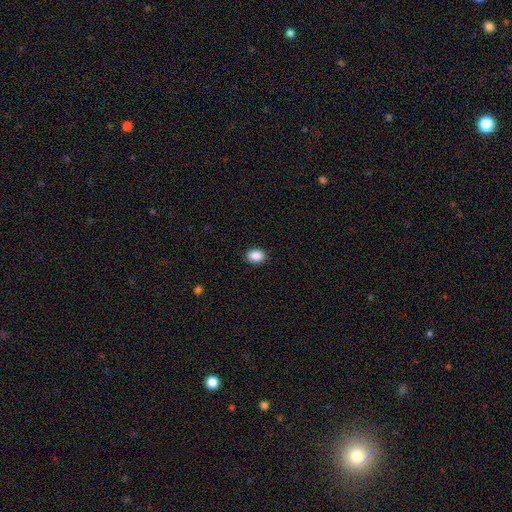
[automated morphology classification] A smooth galaxy with no disk features (89%) that is in between round and cigar-shaped (69%).

Vote fractions:
- Smooth or featured? smooth: 89% / star or artifact: 8% / featured or disk: 3%
- How rounded? in between: 69% / round: 30% / cigar-shaped: 1%
- Merging? none: 90% / minor disturbance: 7% / major disturbance: 2% / merger: 1%